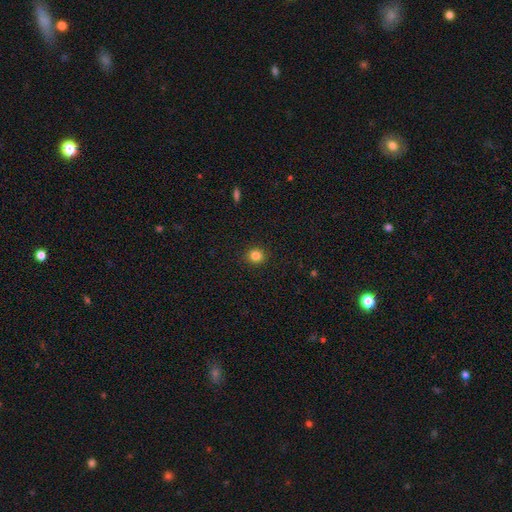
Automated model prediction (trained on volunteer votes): smooth-or-featured: smooth: 84% | star or artifact: 12% | featured or disk: 4%
  how-rounded: round: 91% | in between: 8% | cigar-shaped: 1%
  merging: none: 92% | minor disturbance: 5% | major disturbance: 2% | merger: 1%